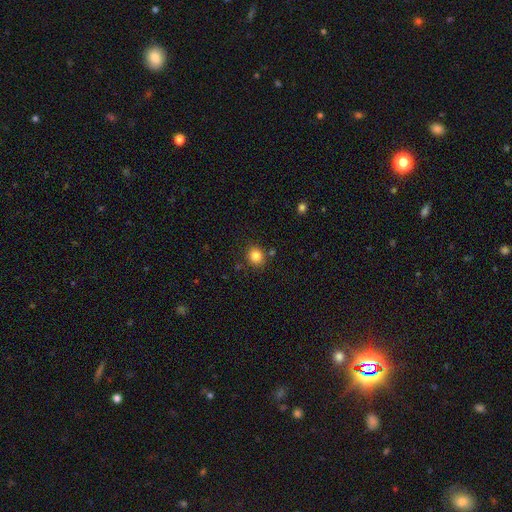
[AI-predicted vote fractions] A smooth galaxy with no disk features (84%) that is round (78%).

Vote fractions:
- Smooth or featured? smooth: 84% / star or artifact: 11% / featured or disk: 5%
- How rounded? round: 78% / in between: 21% / cigar-shaped: 1%
- Merging? none: 84% / minor disturbance: 9% / merger: 4% / major disturbance: 3%